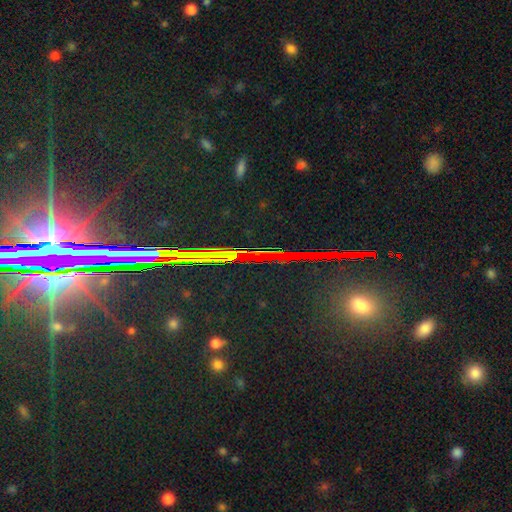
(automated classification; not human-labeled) This is likely a star or artifact rather than a galaxy (78%).